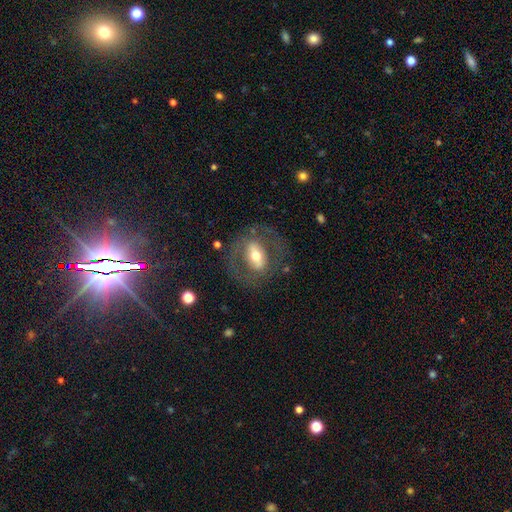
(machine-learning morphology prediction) smooth-or-featured: featured or disk: 63% | smooth: 30% | star or artifact: 7%
  disk-edge-on: no: 90% | yes: 10%
    bar: strong: 43% | weak: 29% | no: 27%
    has-spiral-arms: no: 64% | yes: 36%
    bulge-size: moderate: 66% | small: 17% | large: 14% | dominant: 2% | none: 1%
  merging: none: 70% | major disturbance: 14% | minor disturbance: 14% | merger: 2%